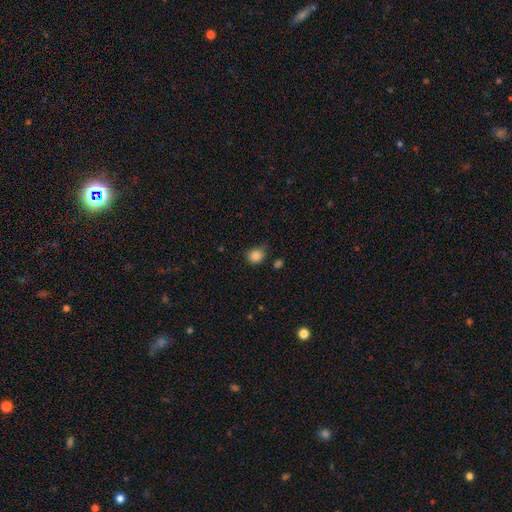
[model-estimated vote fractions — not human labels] Smooth or featured? smooth (84%)
How rounded? round (77%)
Merging? none (70%)